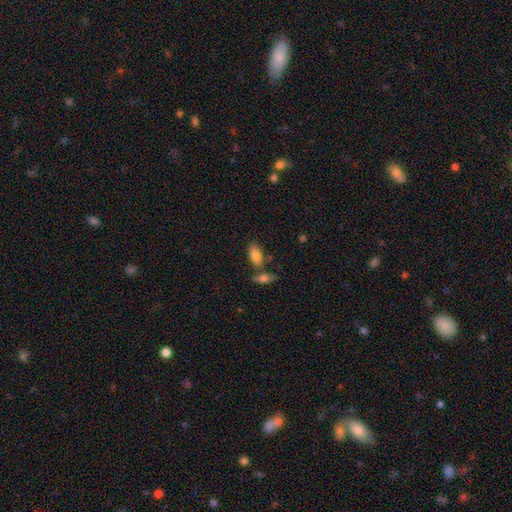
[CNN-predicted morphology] Q: Smooth or featured?
A: smooth (83%); runner-up: featured or disk (10%)
Q: How rounded?
A: in between (90%); runner-up: cigar-shaped (6%)
Q: Merging?
A: none (64%); runner-up: merger (19%)